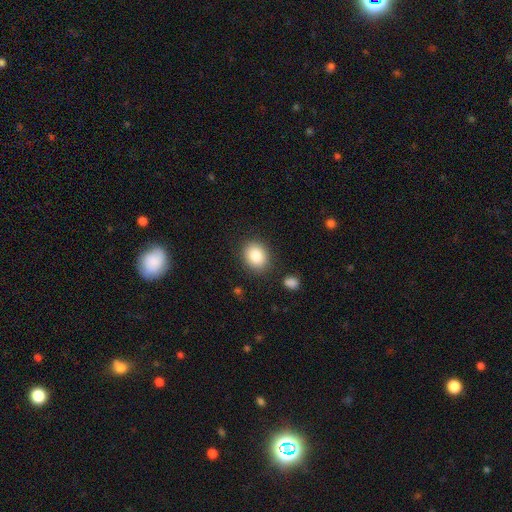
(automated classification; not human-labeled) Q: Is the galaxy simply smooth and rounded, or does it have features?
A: smooth — 85%.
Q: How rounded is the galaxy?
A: round — 55%.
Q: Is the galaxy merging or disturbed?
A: none — 85%.